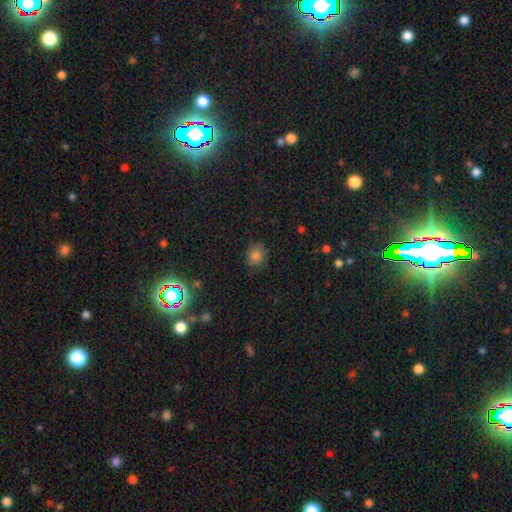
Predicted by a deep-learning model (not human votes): smooth-or-featured: smooth: 79% | star or artifact: 14% | featured or disk: 7%
  how-rounded: round: 75% | in between: 24% | cigar-shaped: 1%
  merging: none: 76% | minor disturbance: 18% | major disturbance: 4% | merger: 1%